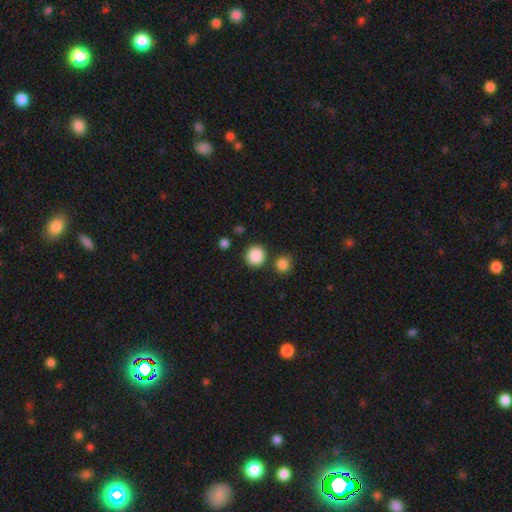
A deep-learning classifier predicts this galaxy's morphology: This is clearly a smooth galaxy (88%). How rounded: clearly round (92%). Merging: clearly none (84%).